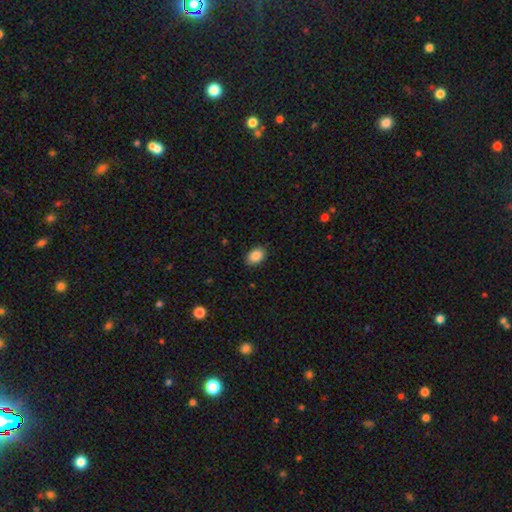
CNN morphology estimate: The model was most divided on "how rounded": in between: 84%, round: 15%, cigar-shaped: 1%. More confident: smooth or featured — smooth (88%); merging — none (87%).